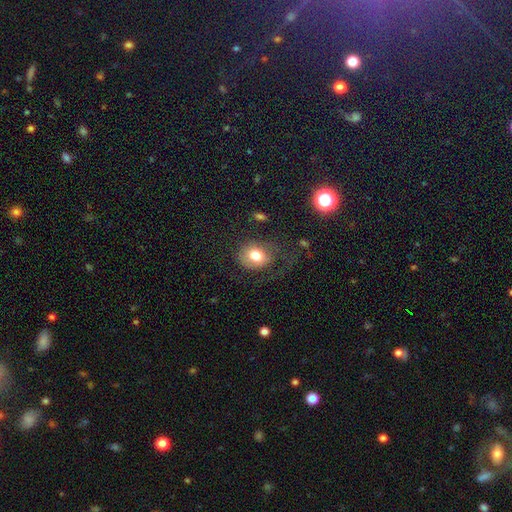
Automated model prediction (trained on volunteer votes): A smooth galaxy with no disk features (74%) that is round (54%).

Vote fractions:
- Smooth or featured? smooth: 74% / featured or disk: 17% / star or artifact: 9%
- How rounded? round: 54% / in between: 45% / cigar-shaped: 1%
- Merging? none: 55% / major disturbance: 23% / minor disturbance: 20% / merger: 2%